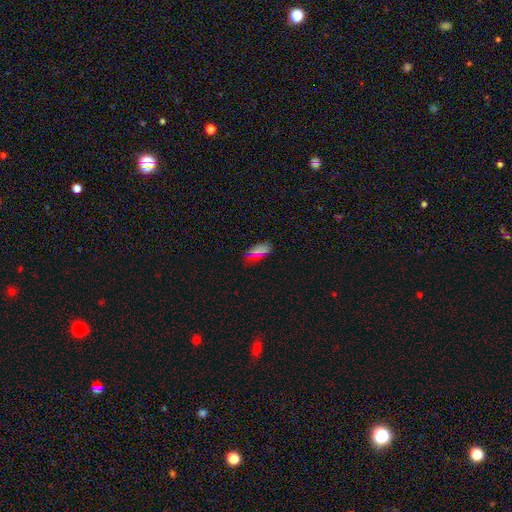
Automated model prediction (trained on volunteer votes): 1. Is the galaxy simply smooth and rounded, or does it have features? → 69% smooth, 21% star or artifact, 10% featured or disk.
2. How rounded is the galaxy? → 90% in between, 7% cigar-shaped, 3% round.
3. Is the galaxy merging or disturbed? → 80% none, 16% minor disturbance, 3% major disturbance, 2% merger.